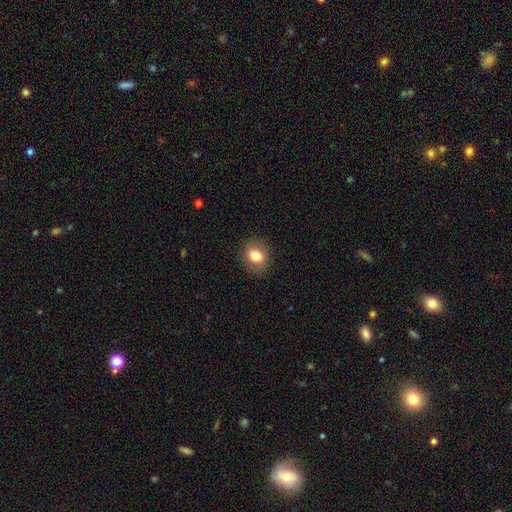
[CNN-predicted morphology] The model was most divided on "how rounded": round: 61%, in between: 38%, cigar-shaped: 1%. More confident: merging — none (87%); smooth or featured — smooth (80%).